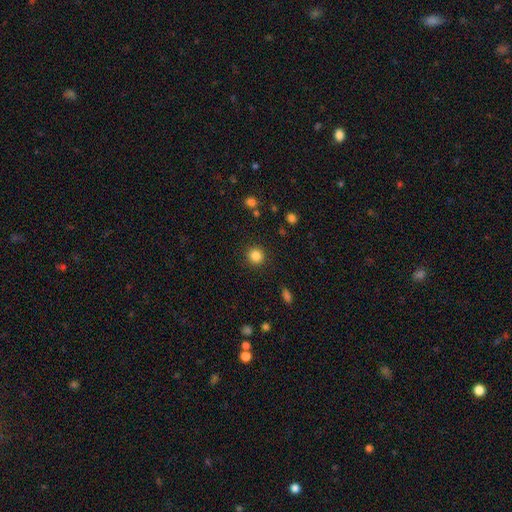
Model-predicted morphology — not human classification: This is clearly a smooth galaxy (85%). How rounded: clearly round (92%). Merging: clearly none (90%).